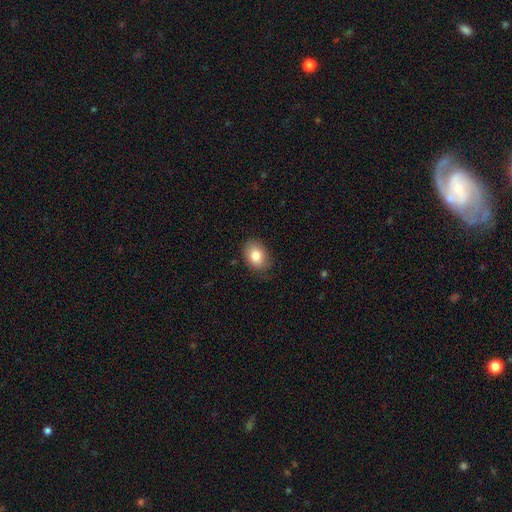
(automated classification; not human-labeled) smooth-or-featured: smooth: 81% | featured or disk: 10% | star or artifact: 8%
  how-rounded: in between: 72% | round: 27% | cigar-shaped: 1%
  merging: none: 78% | minor disturbance: 17% | major disturbance: 3% | merger: 1%